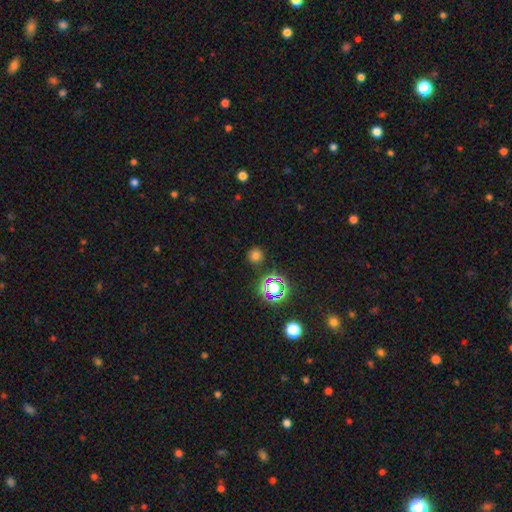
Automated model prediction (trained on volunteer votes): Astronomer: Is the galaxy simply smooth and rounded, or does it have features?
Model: smooth — 69%.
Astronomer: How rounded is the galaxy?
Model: round — 92%.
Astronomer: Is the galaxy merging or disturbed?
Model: none — 85%.